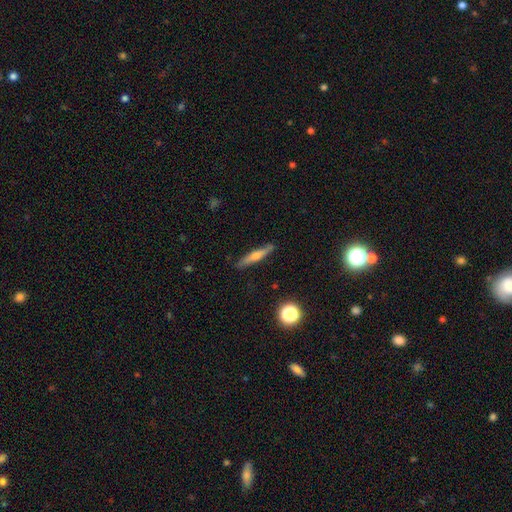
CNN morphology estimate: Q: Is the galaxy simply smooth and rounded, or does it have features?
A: featured or disk — 51%.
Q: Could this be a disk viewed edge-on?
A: yes — 94%.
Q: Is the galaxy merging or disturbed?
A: none — 87%.